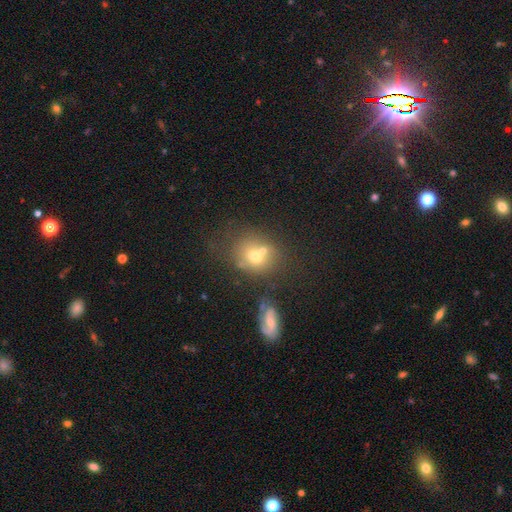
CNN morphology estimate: Overall: smooth (64%). How rounded: round (67%; in between 31%). Merging: none (48%; merger 31%).